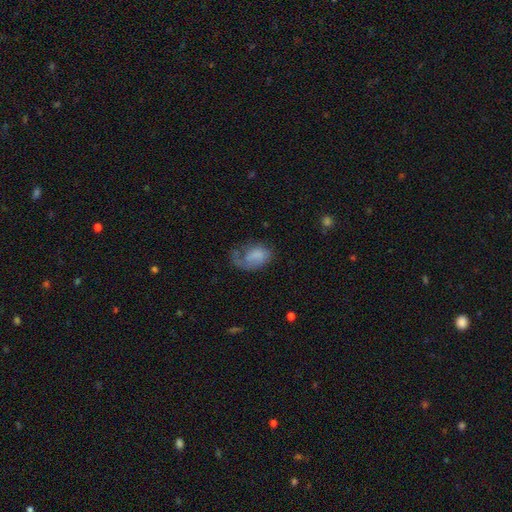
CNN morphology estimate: Overall: smooth (53%; featured or disk 38%). How rounded: in between (86%). Merging: major disturbance (41%; none 31%).